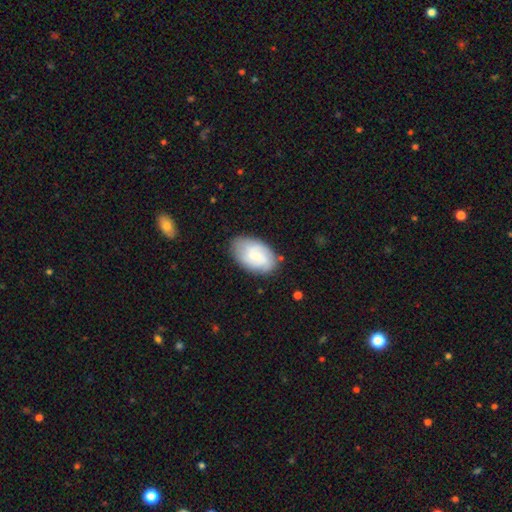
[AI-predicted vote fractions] A smooth galaxy with no disk features (49%). Merging: none (77%).